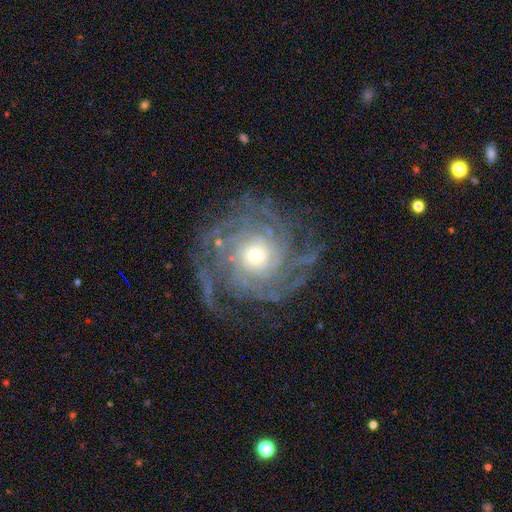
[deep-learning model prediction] smooth_or_featured: featured or disk (p=0.88) [alt: star or artifact p=0.06]
disk_edge_on: no (p=0.97) [alt: yes p=0.03]
bar: no (p=0.76) [alt: weak p=0.18]
has_spiral_arms: yes (p=0.97) [alt: no p=0.03]
spiral_winding: tight (p=0.71) [alt: medium p=0.23]
spiral_arm_count: can't tell (p=0.26) [alt: more than 4 p=0.24]
bulge_size: small (p=0.51) [alt: moderate p=0.42]
merging: none (p=0.74) [alt: minor disturbance p=0.14]